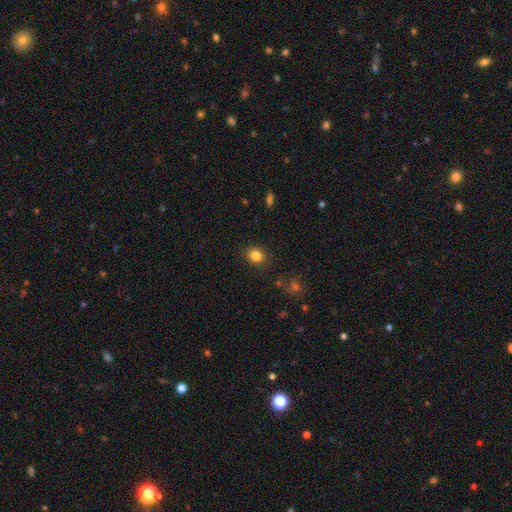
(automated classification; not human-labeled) A smooth galaxy with no disk features (83%) that is round (71%).

Vote fractions:
- Smooth or featured? smooth: 83% / star or artifact: 11% / featured or disk: 5%
- How rounded? round: 71% / in between: 28% / cigar-shaped: 1%
- Merging? none: 88% / minor disturbance: 8% / major disturbance: 3% / merger: 1%